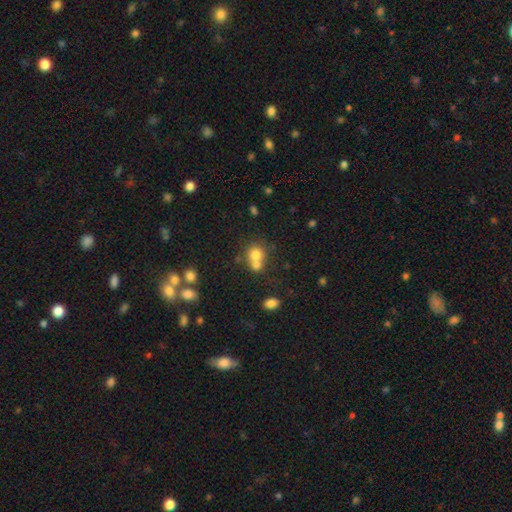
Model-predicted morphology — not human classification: Smooth or featured? smooth (73%)
How rounded? round (75%)
Merging? merger (54%)